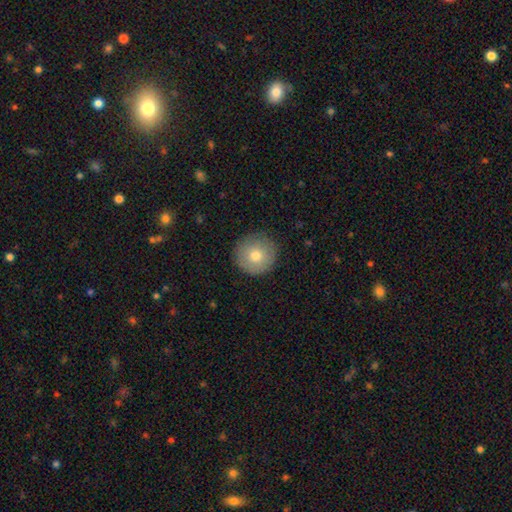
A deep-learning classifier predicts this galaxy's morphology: Smooth or featured?
  - smooth: 75% *
  - featured or disk: 17%
  - star or artifact: 9%
How rounded?
  - round: 96% *
  - in between: 3%
  - cigar-shaped: 1%
Merging?
  - none: 89% *
  - minor disturbance: 8%
  - major disturbance: 2%
  - merger: 1%